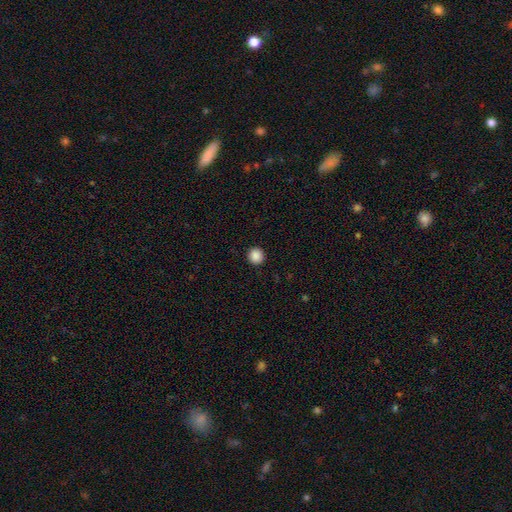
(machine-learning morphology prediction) smooth 88%, star or artifact 9%, featured or disk 2%. Down the decision tree: how rounded — round (95%); merging — none (93%).